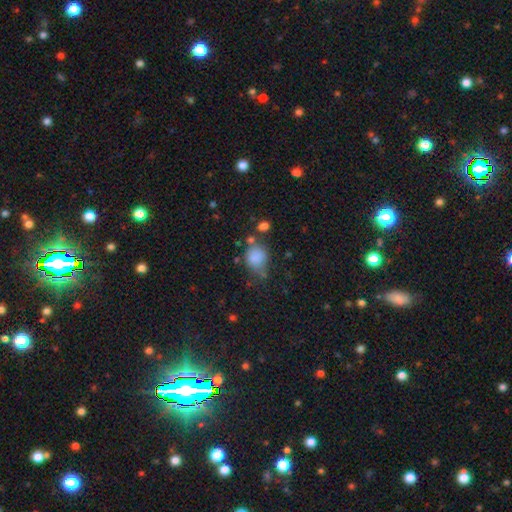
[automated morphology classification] smooth 80%, star or artifact 11%, featured or disk 8%. Down the decision tree: how rounded — round (63%); merging — none (46%).